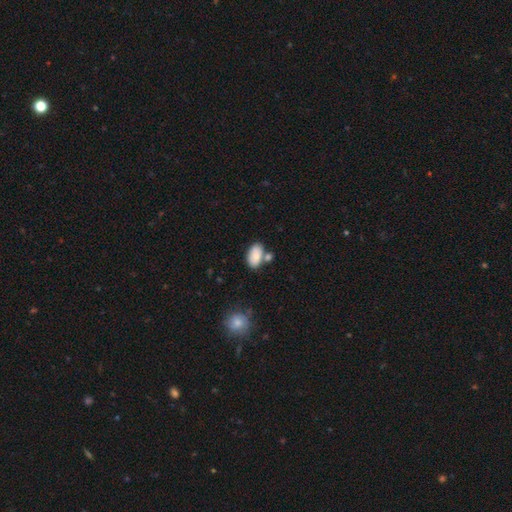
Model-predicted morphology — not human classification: Q: Smooth or featured?
A: smooth (81%); runner-up: featured or disk (11%)
Q: How rounded?
A: in between (93%); runner-up: round (6%)
Q: Merging?
A: none (60%); runner-up: merger (22%)